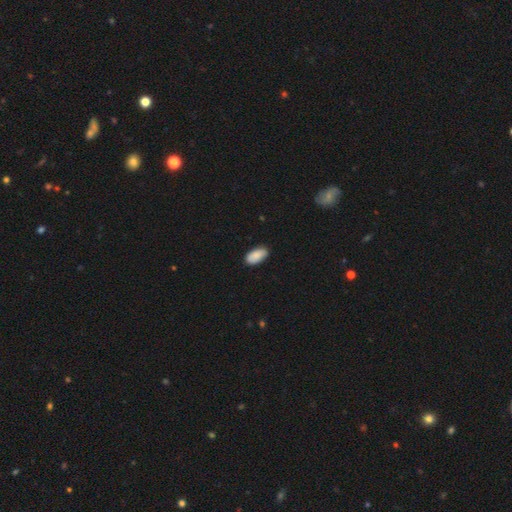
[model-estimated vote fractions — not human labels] A smooth galaxy with no disk features (89%) that is in between round and cigar-shaped (95%).

Vote fractions:
- Smooth or featured? smooth: 89% / star or artifact: 6% / featured or disk: 5%
- How rounded? in between: 95% / cigar-shaped: 3% / round: 2%
- Merging? none: 84% / minor disturbance: 13% / major disturbance: 2% / merger: 1%